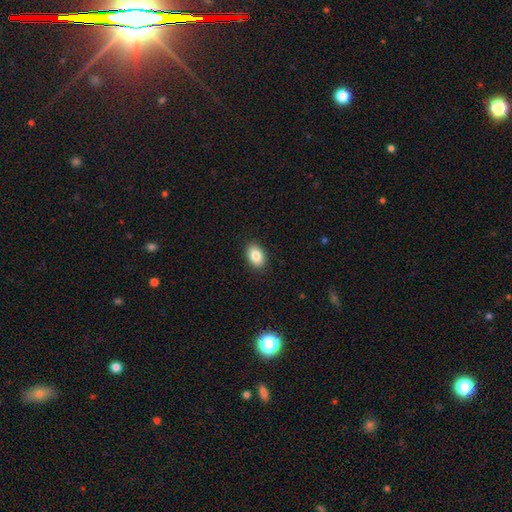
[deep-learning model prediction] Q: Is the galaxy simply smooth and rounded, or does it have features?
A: smooth — 85%.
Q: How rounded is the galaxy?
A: in between — 86%.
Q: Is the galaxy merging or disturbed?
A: none — 90%.